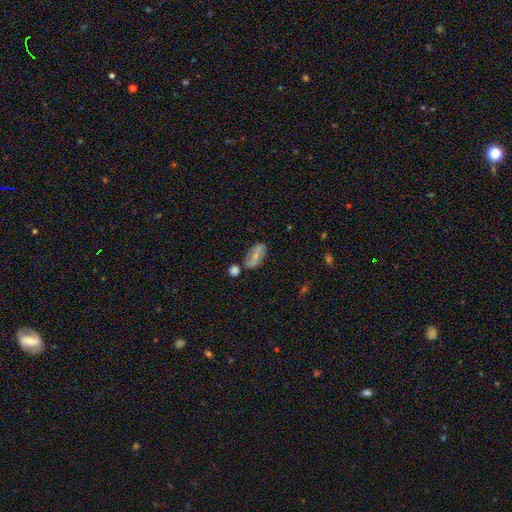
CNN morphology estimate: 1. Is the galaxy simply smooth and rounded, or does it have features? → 48% featured or disk, 44% smooth, 8% star or artifact.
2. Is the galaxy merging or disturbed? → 63% none, 20% minor disturbance, 12% merger, 6% major disturbance.